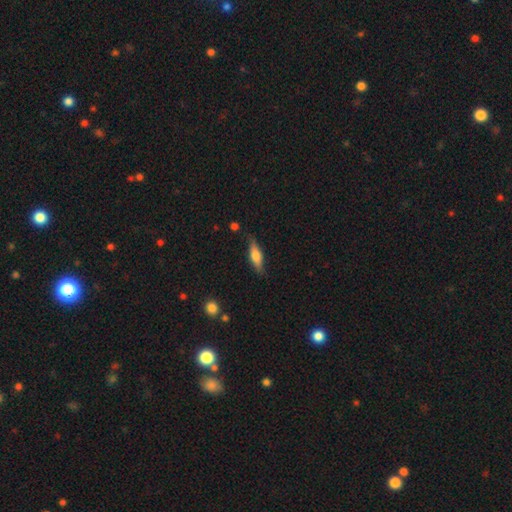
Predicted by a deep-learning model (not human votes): Smooth or featured? smooth (55%)
How rounded? cigar-shaped (53%)
Merging? none (79%)